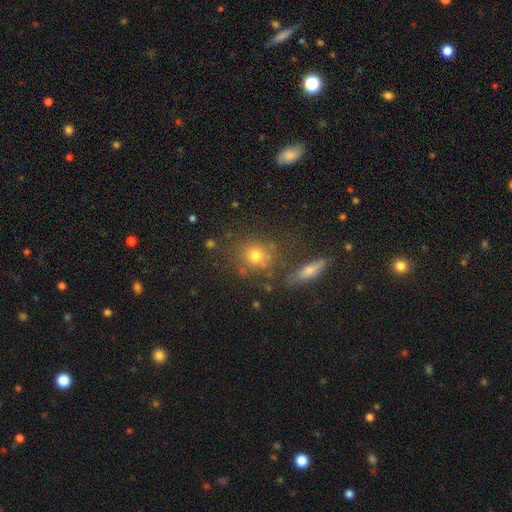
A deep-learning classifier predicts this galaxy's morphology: Smooth or featured: smooth — 70% (star or artifact — 16%)
How rounded: round — 76% (in between — 21%)
Merging: none — 71% (merger — 13%)